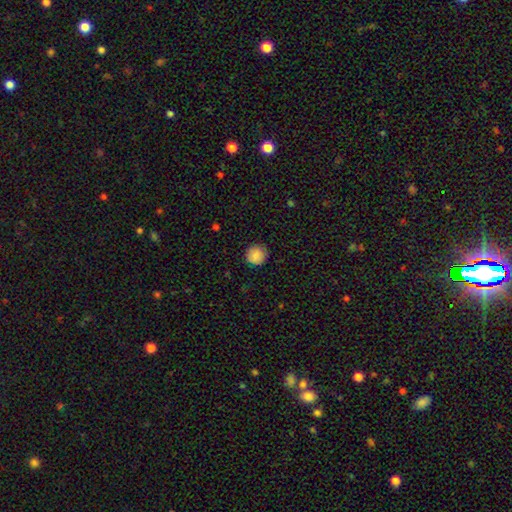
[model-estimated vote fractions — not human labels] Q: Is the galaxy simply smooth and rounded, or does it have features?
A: smooth — 87%.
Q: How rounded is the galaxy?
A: round — 93%.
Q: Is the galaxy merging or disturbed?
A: none — 88%.